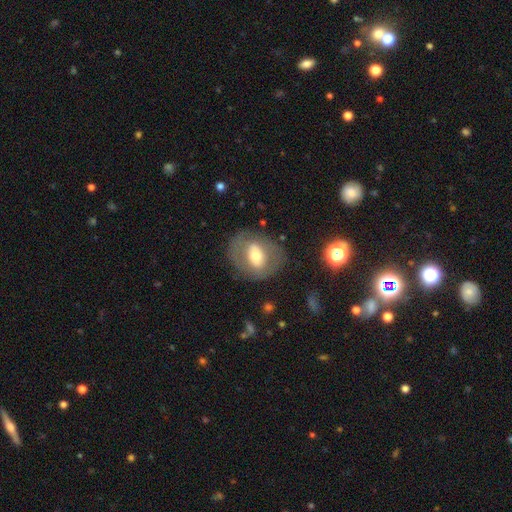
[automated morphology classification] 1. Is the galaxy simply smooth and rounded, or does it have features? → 50% featured or disk, 43% smooth, 7% star or artifact.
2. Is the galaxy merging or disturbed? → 74% none, 14% minor disturbance, 10% major disturbance, 2% merger.